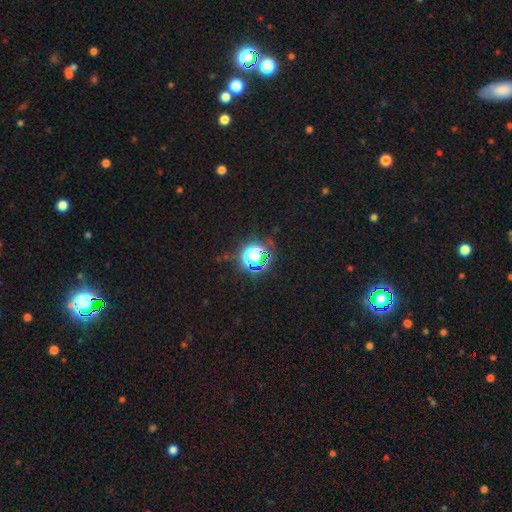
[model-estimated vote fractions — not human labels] Smooth or featured? Predicted: star or artifact (p=0.62).